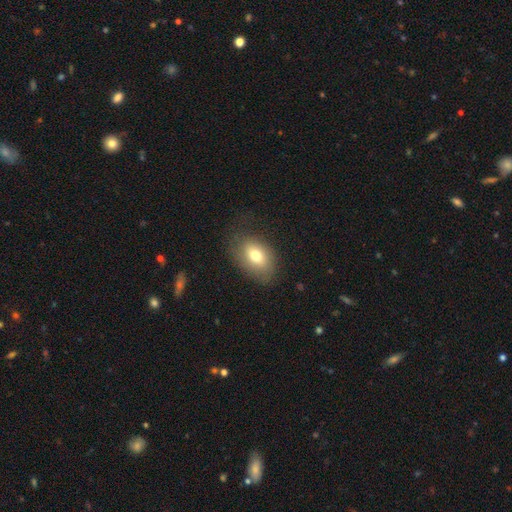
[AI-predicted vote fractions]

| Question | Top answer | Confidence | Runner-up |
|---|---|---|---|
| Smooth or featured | smooth | 72% | featured or disk (18%) |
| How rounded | in between | 81% | round (17%) |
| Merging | none | 71% | minor disturbance (19%) |